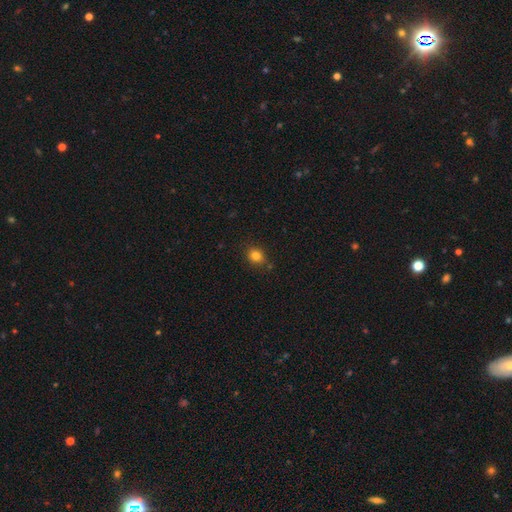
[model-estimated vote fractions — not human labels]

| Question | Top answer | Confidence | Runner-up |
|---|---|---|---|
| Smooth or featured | smooth | 82% | star or artifact (12%) |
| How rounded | round | 65% | in between (34%) |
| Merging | none | 82% | minor disturbance (12%) |